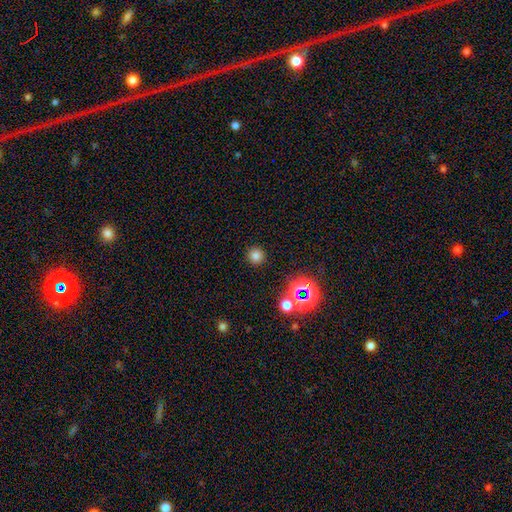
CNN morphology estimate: smooth_or_featured: smooth (p=0.75) [alt: star or artifact p=0.19]
how_rounded: round (p=0.95) [alt: in between p=0.04]
merging: none (p=0.90) [alt: minor disturbance p=0.05]